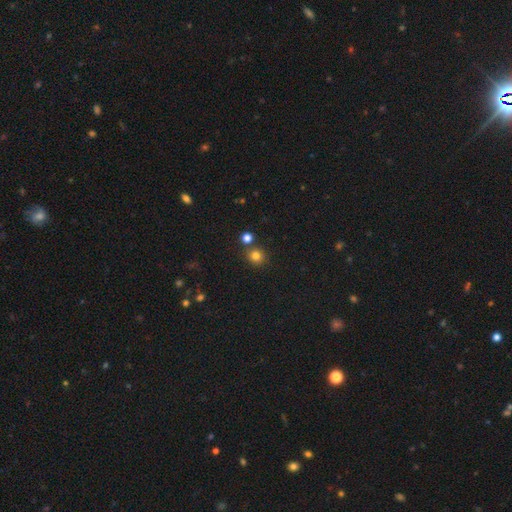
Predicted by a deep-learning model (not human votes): Overall: smooth (80%). How rounded: round (90%). Merging: none (78%).